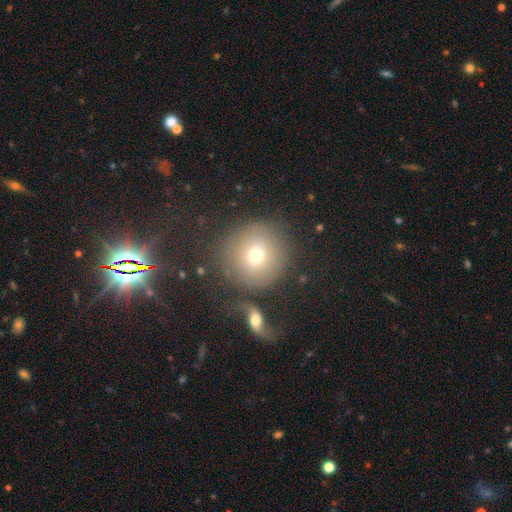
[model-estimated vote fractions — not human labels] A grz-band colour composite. It shows a smooth galaxy with no disk features (67%) that is round (93%). Merging: none (72%).